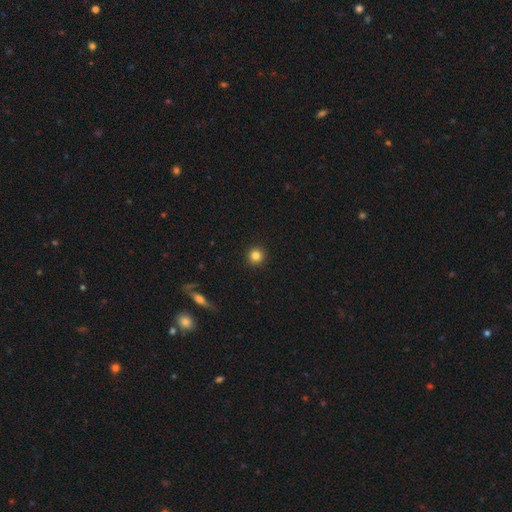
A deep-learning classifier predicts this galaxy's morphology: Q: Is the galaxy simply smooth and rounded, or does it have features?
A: smooth — 84%.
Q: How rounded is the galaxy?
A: round — 95%.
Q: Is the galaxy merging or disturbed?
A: none — 93%.